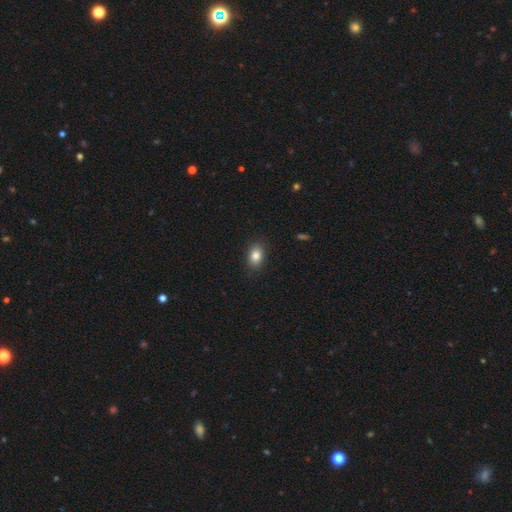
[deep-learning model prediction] Morphology: type=smooth (83%); roundness=in between (79%); merging=none (88%).